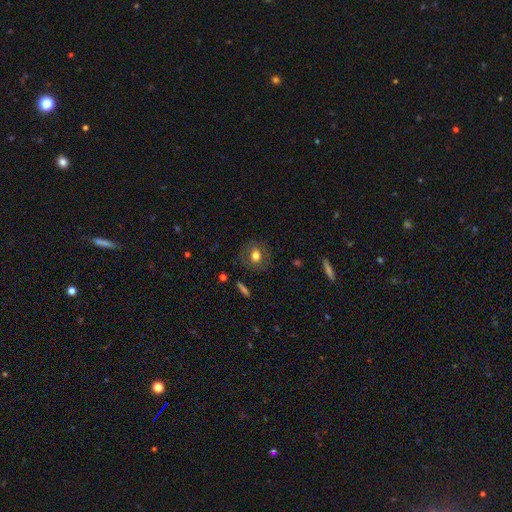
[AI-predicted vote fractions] Q: Smooth or featured?
A: smooth (67%); runner-up: featured or disk (23%)
Q: How rounded?
A: round (69%); runner-up: in between (30%)
Q: Merging?
A: none (82%); runner-up: minor disturbance (12%)